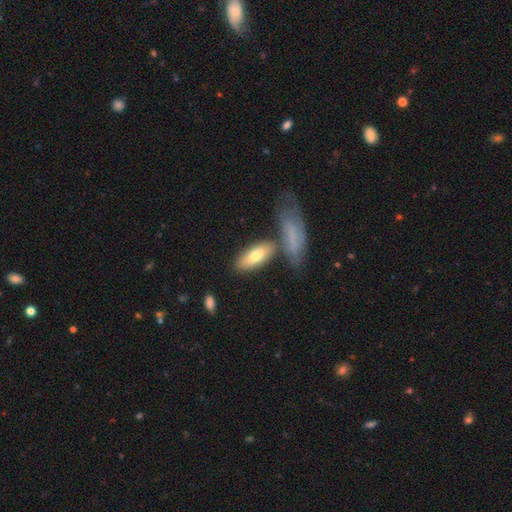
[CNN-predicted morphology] smooth-or-featured: smooth: 70% | featured or disk: 24% | star or artifact: 6%
  how-rounded: in between: 75% | cigar-shaped: 23% | round: 2%
  merging: none: 60% | merger: 21% | minor disturbance: 14% | major disturbance: 5%